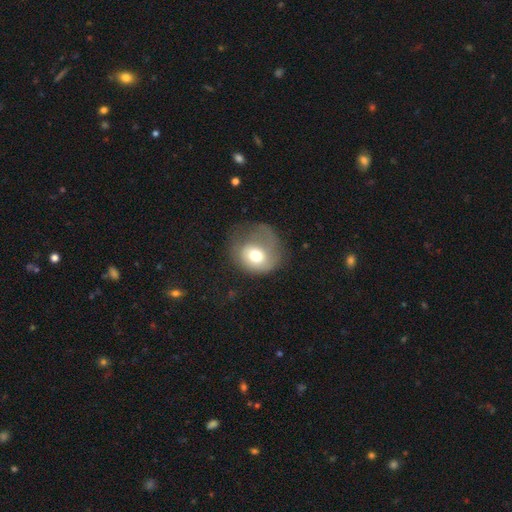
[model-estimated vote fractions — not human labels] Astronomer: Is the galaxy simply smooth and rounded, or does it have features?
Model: smooth — 60%.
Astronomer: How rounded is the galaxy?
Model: round — 66%.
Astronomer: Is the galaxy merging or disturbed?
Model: major disturbance — 46% (runner-up: minor disturbance, 26%).